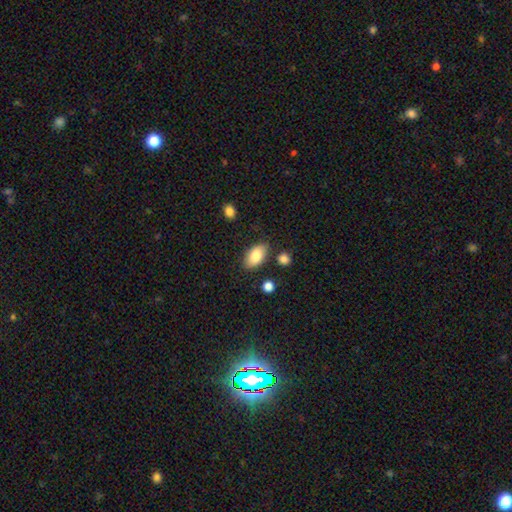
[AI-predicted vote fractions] smooth-or-featured: smooth: 84% | featured or disk: 10% | star or artifact: 7%
  how-rounded: in between: 93% | round: 5% | cigar-shaped: 2%
  merging: none: 81% | minor disturbance: 12% | merger: 4% | major disturbance: 3%